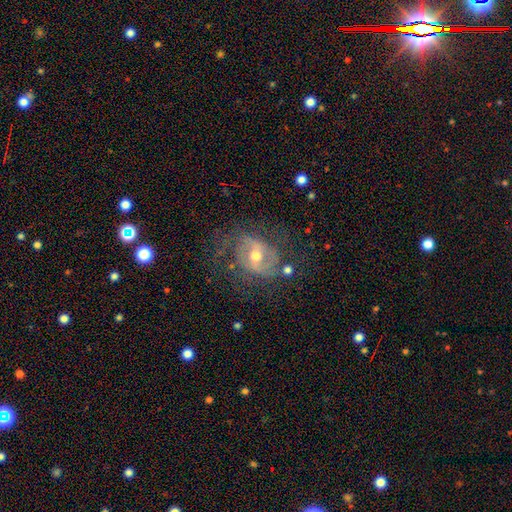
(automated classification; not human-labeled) featured or disk 78%, smooth 13%, star or artifact 8%. Down the decision tree: edge-on disk — no (96%); bar — weak (46%); spiral arms — yes (81%); spiral arm count — 2 (65%); spiral winding — medium (44%); bulge size — moderate (69%); merging — none (60%).